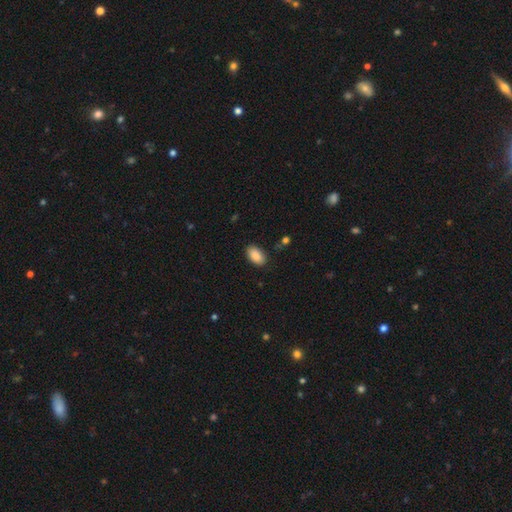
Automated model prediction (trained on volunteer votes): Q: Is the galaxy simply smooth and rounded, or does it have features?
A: smooth — 87%.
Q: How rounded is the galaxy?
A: in between — 94%.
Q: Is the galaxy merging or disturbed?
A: none — 86%.